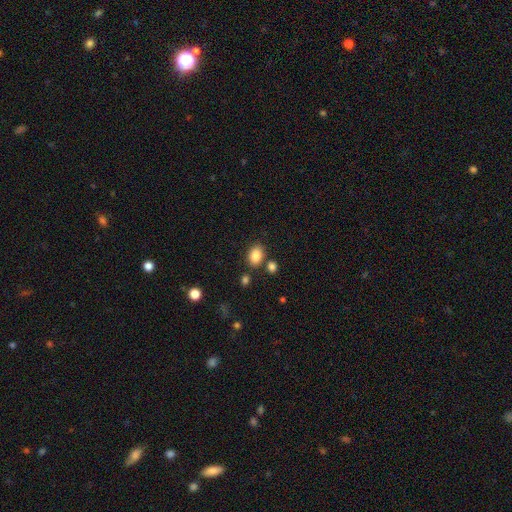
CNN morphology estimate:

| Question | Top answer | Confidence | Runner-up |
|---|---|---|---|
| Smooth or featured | smooth | 86% | star or artifact (9%) |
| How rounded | in between | 73% | round (26%) |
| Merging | none | 75% | minor disturbance (12%) |